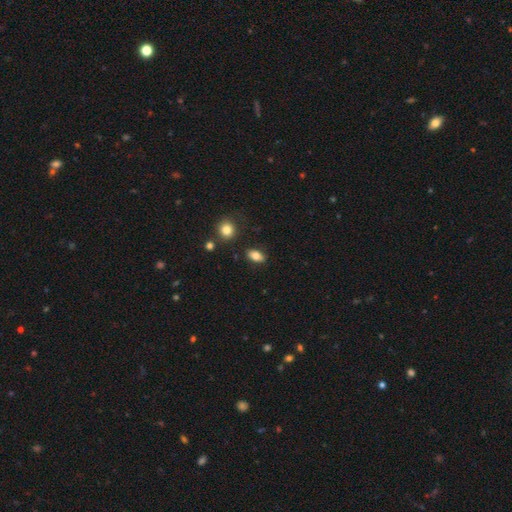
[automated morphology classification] type=smooth (80%); roundness=in between (87%); merging=none (86%).